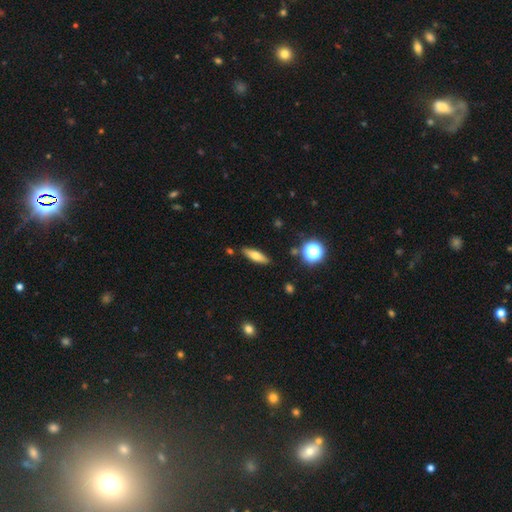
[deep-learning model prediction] This is likely a smooth galaxy (65%). How rounded: possibly cigar-shaped (52%). Merging: clearly none (85%).